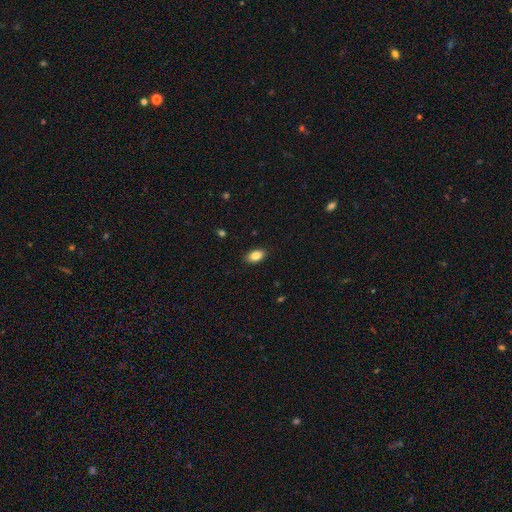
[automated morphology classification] Smooth or featured: smooth — 86% (star or artifact — 8%)
How rounded: in between — 91% (round — 7%)
Merging: none — 89% (minor disturbance — 8%)